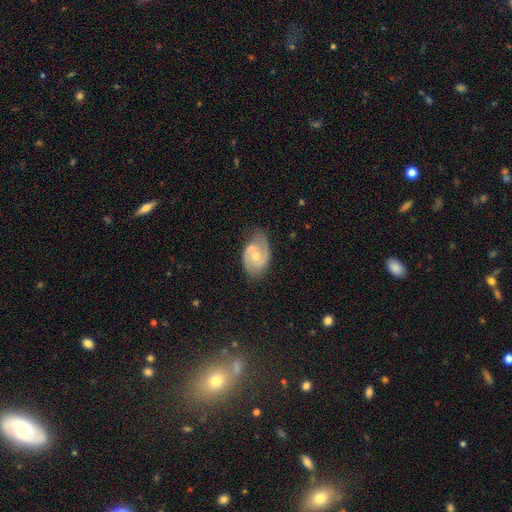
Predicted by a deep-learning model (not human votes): This is clearly a featured or disk galaxy (82%). It is clearly not viewed edge-on (97%). Bar: possibly no (58%). Spiral arm pattern: clearly yes (94%). Spiral arm count: clearly 2 (86%). Spiral winding: possibly medium (49%). Central bulge: possibly moderate (60%). Merging: likely none (70%).